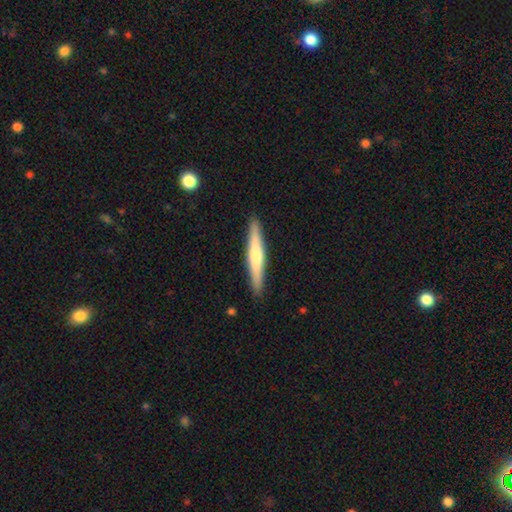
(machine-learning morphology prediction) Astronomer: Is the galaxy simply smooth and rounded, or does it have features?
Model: smooth — 52% (runner-up: featured or disk, 43%).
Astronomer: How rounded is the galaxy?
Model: cigar-shaped — 95%.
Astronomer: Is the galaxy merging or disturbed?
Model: none — 91%.